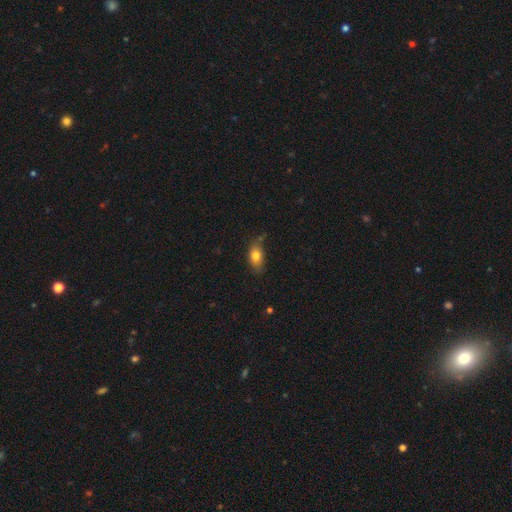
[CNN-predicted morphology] Overall: smooth (79%). How rounded: in between (85%). Merging: none (62%; minor disturbance 27%).